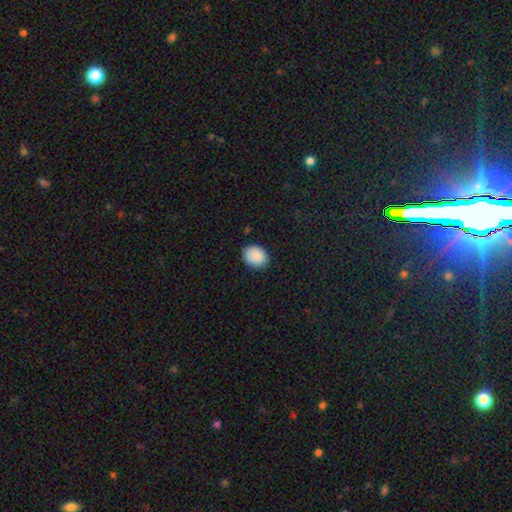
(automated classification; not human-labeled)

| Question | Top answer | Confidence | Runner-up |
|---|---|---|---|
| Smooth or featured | smooth | 89% | star or artifact (7%) |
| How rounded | in between | 54% | round (45%) |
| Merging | none | 82% | minor disturbance (14%) |